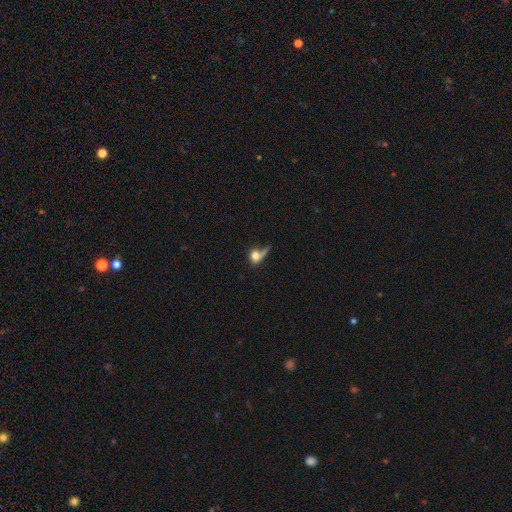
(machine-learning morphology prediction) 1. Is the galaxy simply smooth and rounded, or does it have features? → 67% smooth, 21% featured or disk, 12% star or artifact.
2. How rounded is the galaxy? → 57% round, 38% in between, 5% cigar-shaped.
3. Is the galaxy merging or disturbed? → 36% major disturbance, 28% none, 19% merger, 17% minor disturbance.